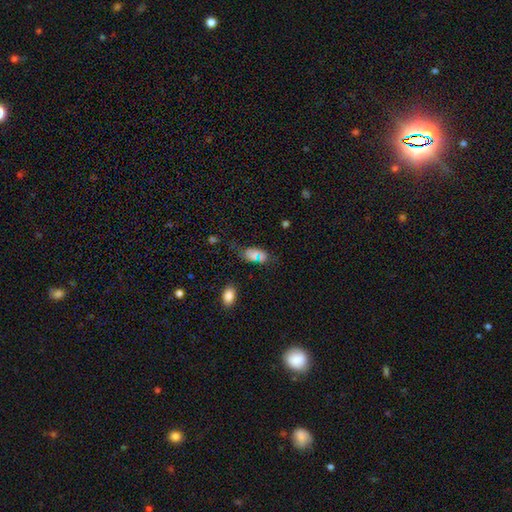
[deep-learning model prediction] This is likely a smooth galaxy (65%). How rounded: clearly in between (90%). Merging: possibly none (55%).